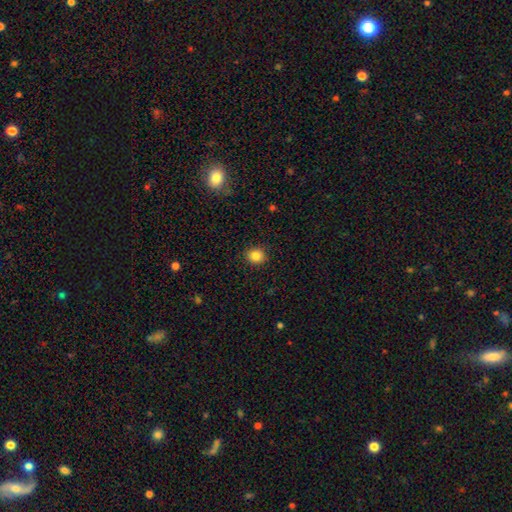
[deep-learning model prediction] smooth_or_featured: smooth (p=0.85) [alt: star or artifact p=0.11]
how_rounded: round (p=0.87) [alt: in between p=0.12]
merging: none (p=0.91) [alt: minor disturbance p=0.06]